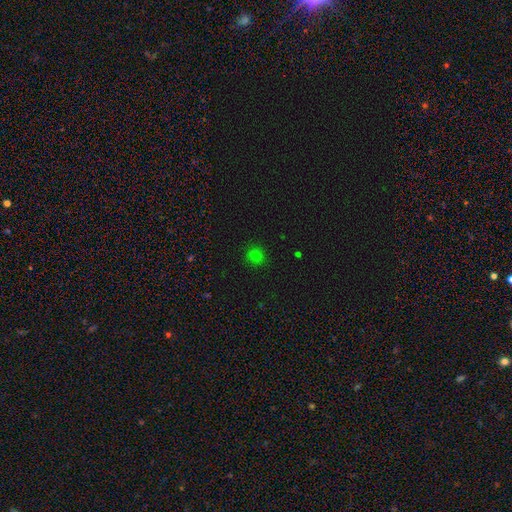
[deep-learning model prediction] The model was most divided on "smooth or featured": smooth: 76%, star or artifact: 20%, featured or disk: 4%. More confident: merging — none (87%); how rounded — round (83%).